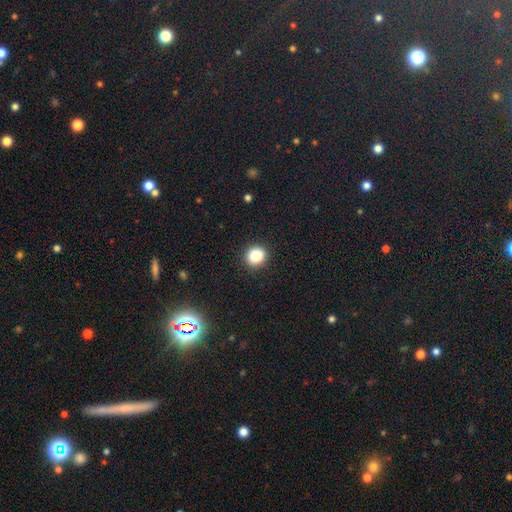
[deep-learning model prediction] A smooth galaxy with no disk features (87%) that is round (82%). Merging: none (90%).